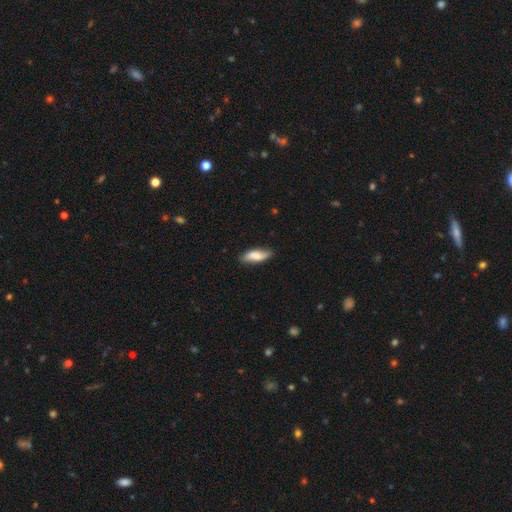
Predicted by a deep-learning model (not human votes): A smooth galaxy with no disk features (71%) that is in between round and cigar-shaped (67%). Merging: none (76%).